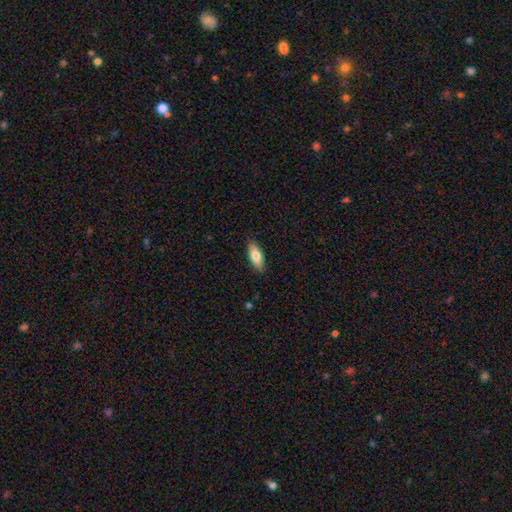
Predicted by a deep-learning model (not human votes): Morphology: type=smooth (77%); roundness=in between (76%); merging=none (88%).